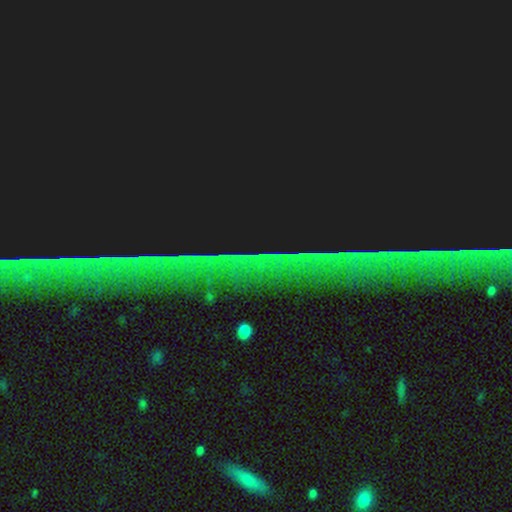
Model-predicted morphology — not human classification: A star or artifact, not a galaxy (84%).

Vote fractions:
- Smooth or featured? star or artifact: 84% / featured or disk: 8% / smooth: 7%